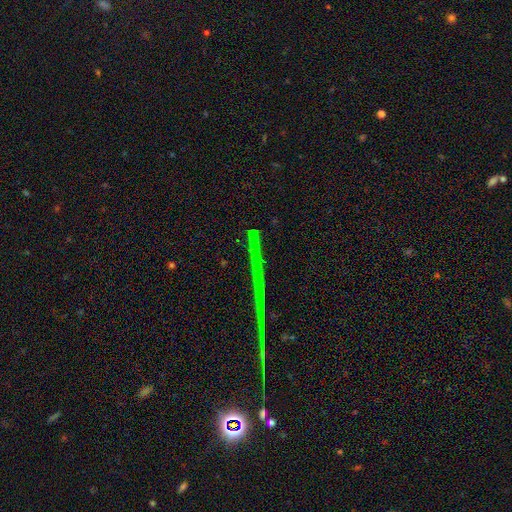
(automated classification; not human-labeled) A star or artifact, not a galaxy (73%).

Vote fractions:
- Smooth or featured? star or artifact: 73% / featured or disk: 16% / smooth: 11%